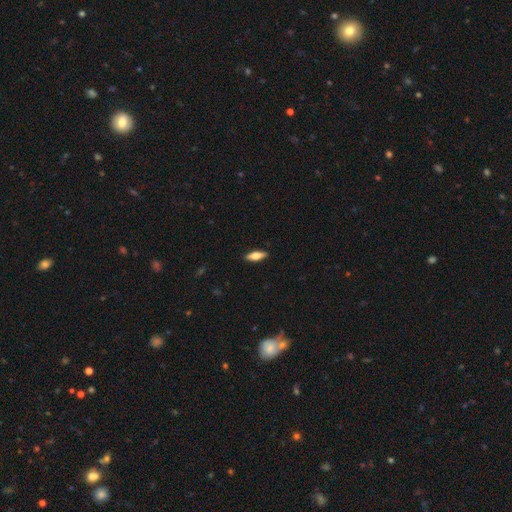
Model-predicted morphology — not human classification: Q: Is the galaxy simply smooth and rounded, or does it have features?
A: smooth — 63%.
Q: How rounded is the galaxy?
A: in between — 54%.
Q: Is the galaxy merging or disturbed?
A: none — 89%.